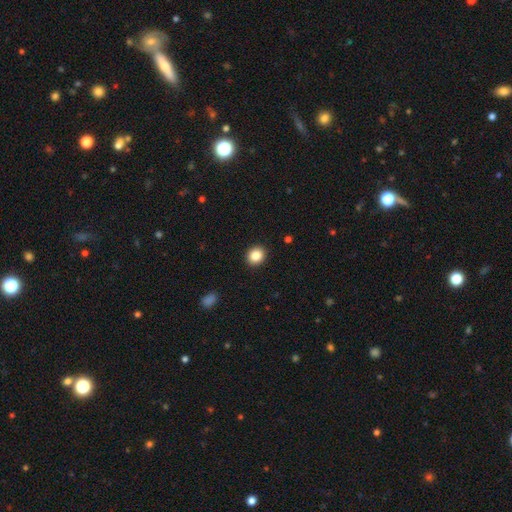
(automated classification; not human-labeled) Smooth or featured?
  - smooth: 85% *
  - star or artifact: 10%
  - featured or disk: 5%
How rounded?
  - round: 75% *
  - in between: 24%
  - cigar-shaped: 1%
Merging?
  - none: 92% *
  - minor disturbance: 5%
  - major disturbance: 2%
  - merger: 1%